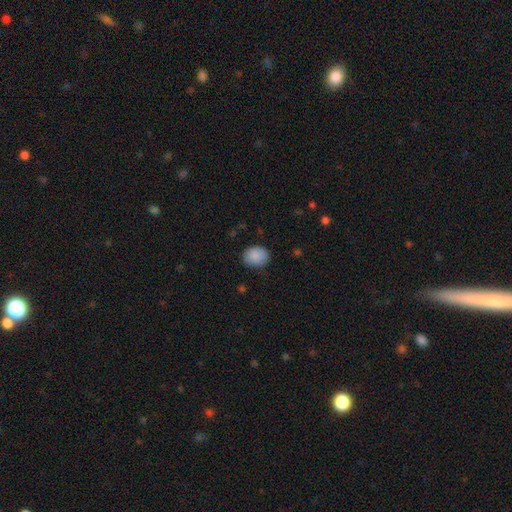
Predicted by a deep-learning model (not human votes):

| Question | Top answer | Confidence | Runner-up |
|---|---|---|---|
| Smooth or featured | smooth | 88% | star or artifact (7%) |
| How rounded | round | 56% | in between (44%) |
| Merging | none | 80% | minor disturbance (16%) |